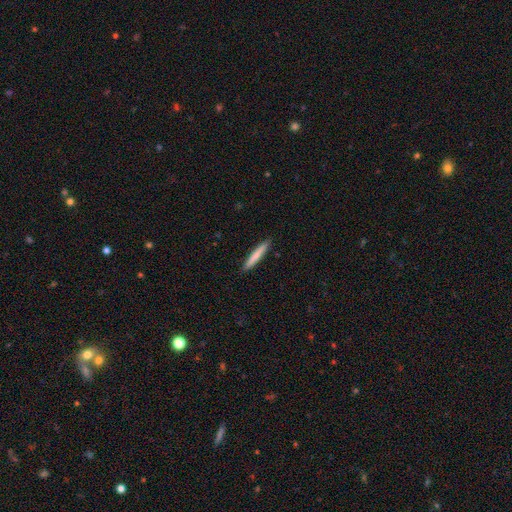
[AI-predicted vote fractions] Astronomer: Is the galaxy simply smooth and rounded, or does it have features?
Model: smooth — 74%.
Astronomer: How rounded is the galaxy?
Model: cigar-shaped — 95%.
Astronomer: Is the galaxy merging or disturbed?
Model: none — 91%.